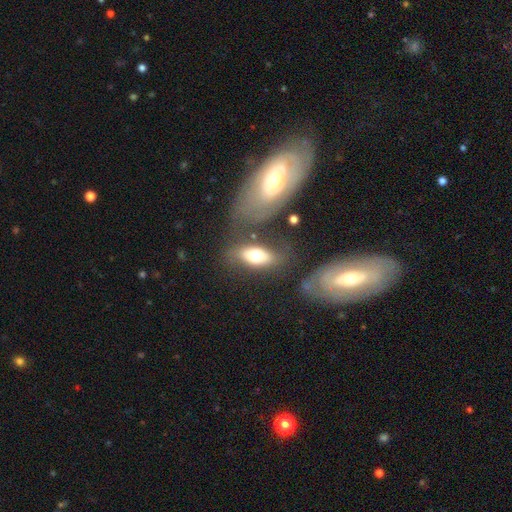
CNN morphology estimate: smooth 66%, featured or disk 27%, star or artifact 7%. Down the decision tree: how rounded — in between (85%); merging — none (59%).